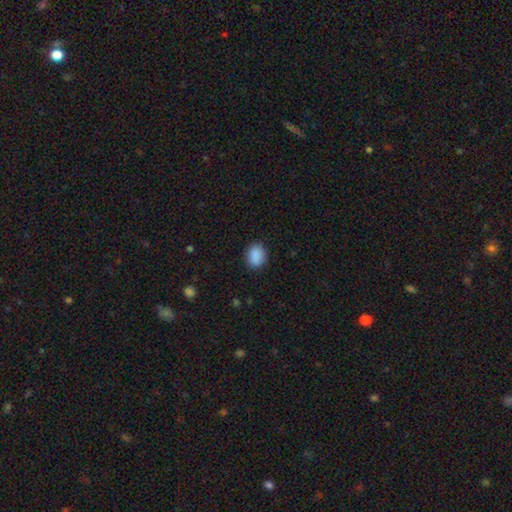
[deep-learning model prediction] Q: Smooth or featured?
A: smooth (89%); runner-up: star or artifact (8%)
Q: How rounded?
A: in between (65%); runner-up: round (34%)
Q: Merging?
A: none (86%); runner-up: minor disturbance (11%)